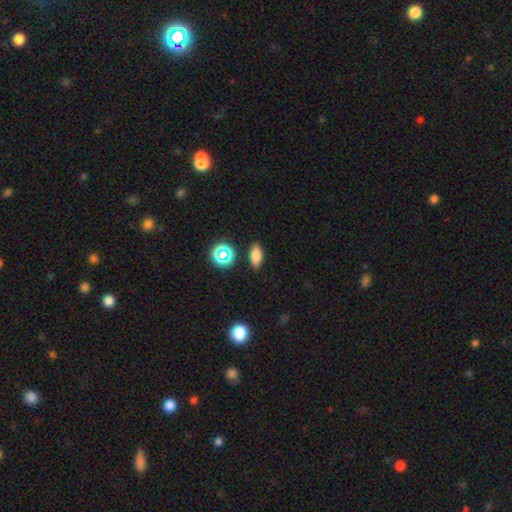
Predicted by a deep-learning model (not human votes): Smooth or featured? smooth (76%)
How rounded? in between (83%)
Merging? none (86%)